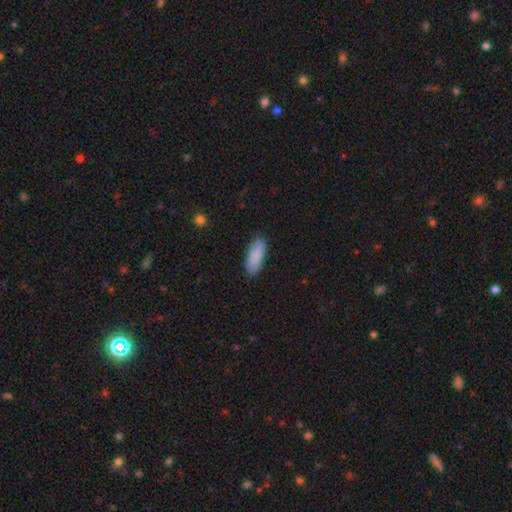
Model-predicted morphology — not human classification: smooth-or-featured: smooth: 89% | star or artifact: 6% | featured or disk: 5%
  how-rounded: in between: 74% | cigar-shaped: 24% | round: 2%
  merging: none: 88% | minor disturbance: 9% | major disturbance: 2% | merger: 1%